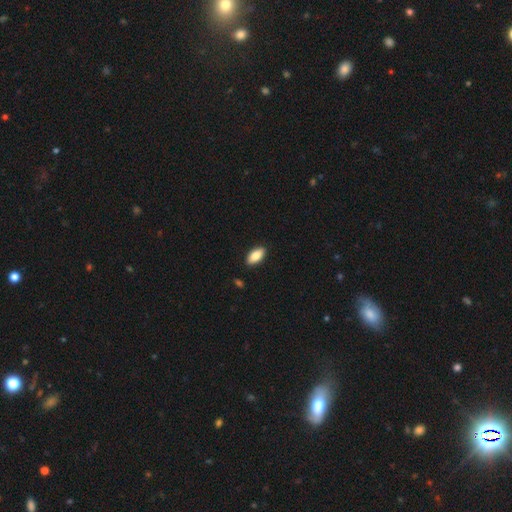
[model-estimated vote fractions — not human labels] smooth_or_featured: smooth (p=0.85) [alt: featured or disk p=0.09]
how_rounded: in between (p=0.91) [alt: cigar-shaped p=0.07]
merging: none (p=0.89) [alt: minor disturbance p=0.08]